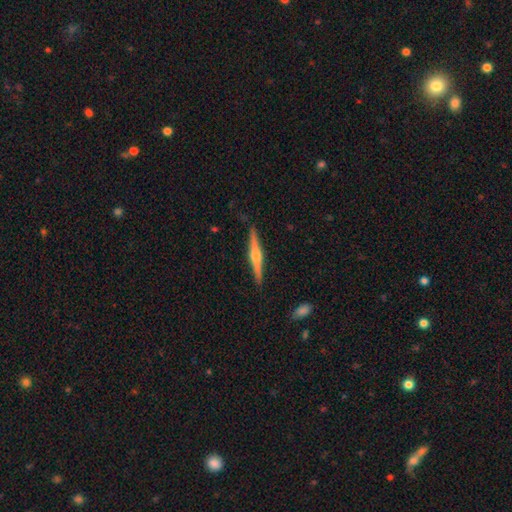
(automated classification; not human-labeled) Q: Smooth or featured?
A: featured or disk (77%); runner-up: smooth (18%)
Q: Edge-on disk?
A: yes (98%); runner-up: no (2%)
Q: Edge-on bulge?
A: rounded (93%); runner-up: boxy (4%)
Q: Merging?
A: none (90%); runner-up: minor disturbance (7%)